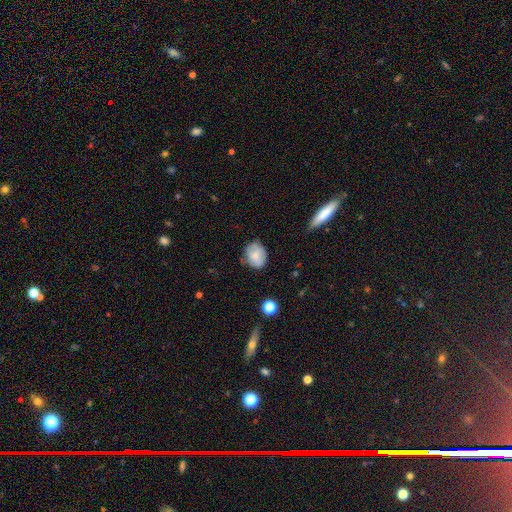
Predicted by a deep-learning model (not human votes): smooth 72%, featured or disk 20%, star or artifact 8%. Down the decision tree: how rounded — round (52%); merging — none (70%).